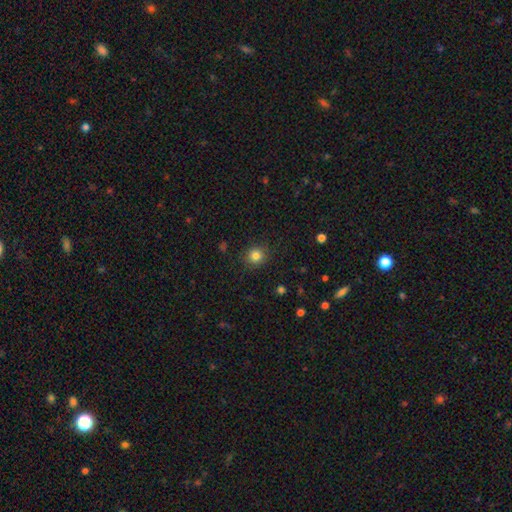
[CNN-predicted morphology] type=smooth (82%); roundness=round (86%); merging=none (88%).